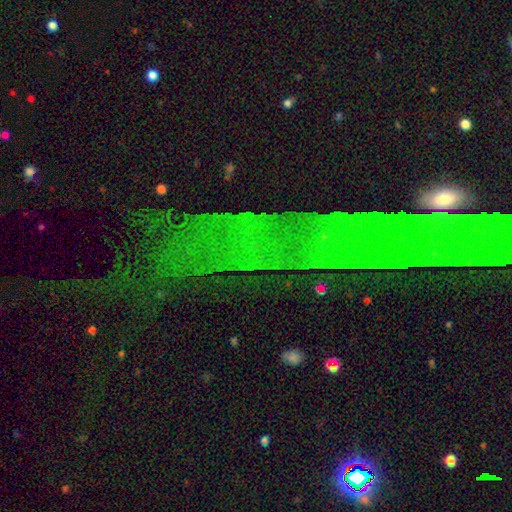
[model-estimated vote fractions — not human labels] smooth-or-featured: star or artifact: 63% | featured or disk: 21% | smooth: 16%